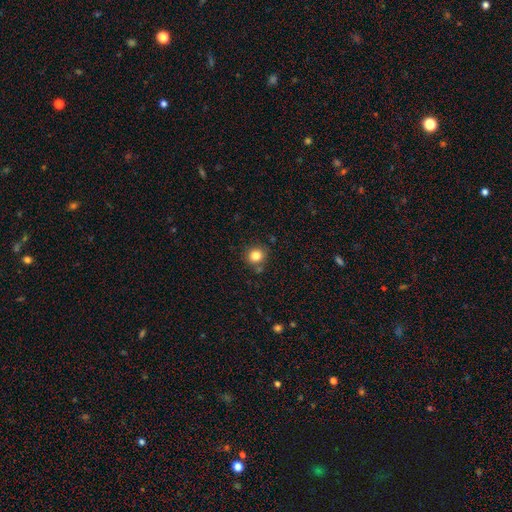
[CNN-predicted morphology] Overall: smooth (82%). How rounded: round (87%). Merging: none (81%).